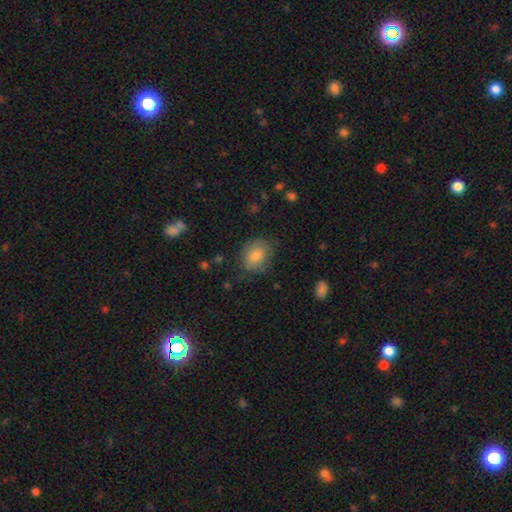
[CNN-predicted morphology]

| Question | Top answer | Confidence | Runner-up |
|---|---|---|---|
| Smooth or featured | smooth | 78% | featured or disk (13%) |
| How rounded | in between | 55% | round (44%) |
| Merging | none | 75% | minor disturbance (19%) |